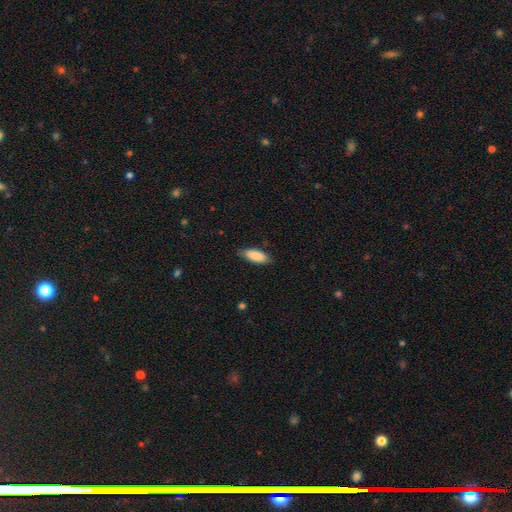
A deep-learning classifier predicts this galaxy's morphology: This appears to be a smooth galaxy with no disk features (88%) that is in between round and cigar-shaped (81%). Merging: none (83%).